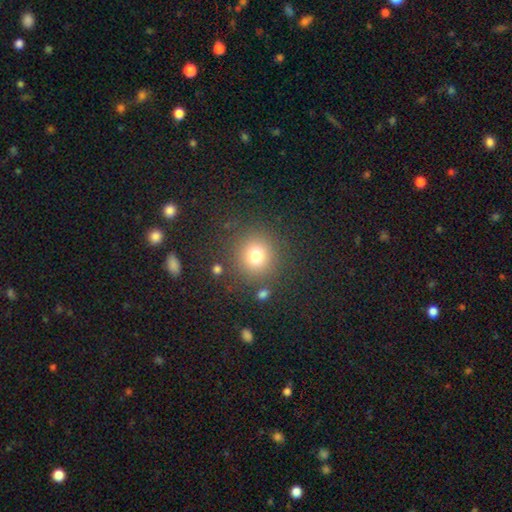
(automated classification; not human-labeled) A smooth galaxy with no disk features (76%) that is round (91%). Merging: none (85%).